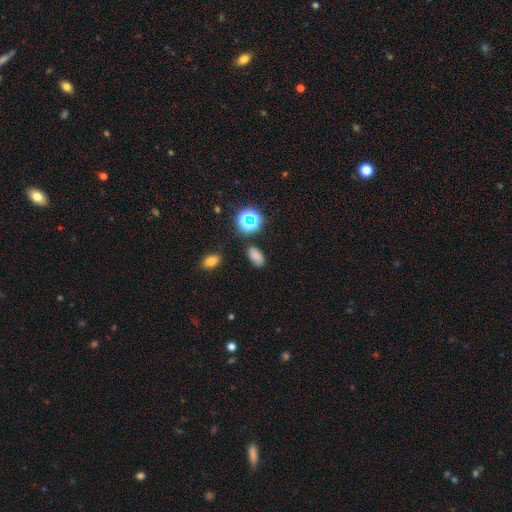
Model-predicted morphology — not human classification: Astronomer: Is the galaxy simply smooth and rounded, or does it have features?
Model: smooth — 71%.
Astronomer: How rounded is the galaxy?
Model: in between — 88%.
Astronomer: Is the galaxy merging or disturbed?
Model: none — 77%.